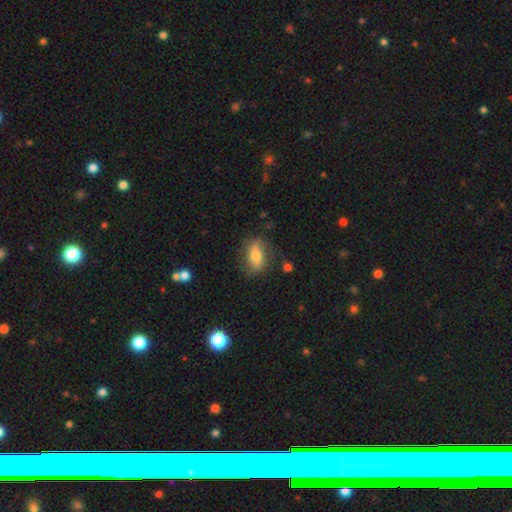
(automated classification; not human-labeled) Overall: smooth (64%; featured or disk 28%). How rounded: in between (80%). Merging: none (74%).